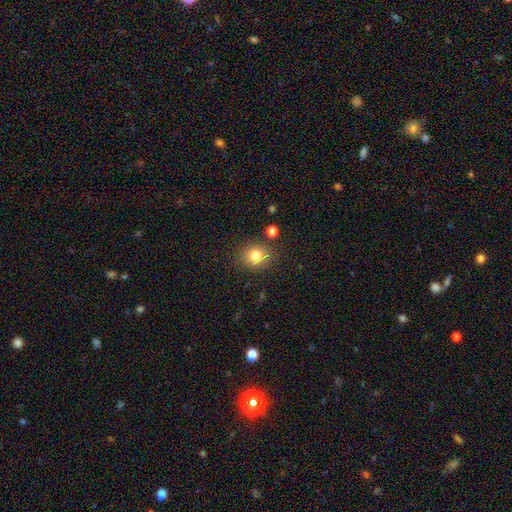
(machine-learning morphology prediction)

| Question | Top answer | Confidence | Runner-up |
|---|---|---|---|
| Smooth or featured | smooth | 78% | star or artifact (12%) |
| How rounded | round | 69% | in between (30%) |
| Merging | none | 82% | minor disturbance (11%) |